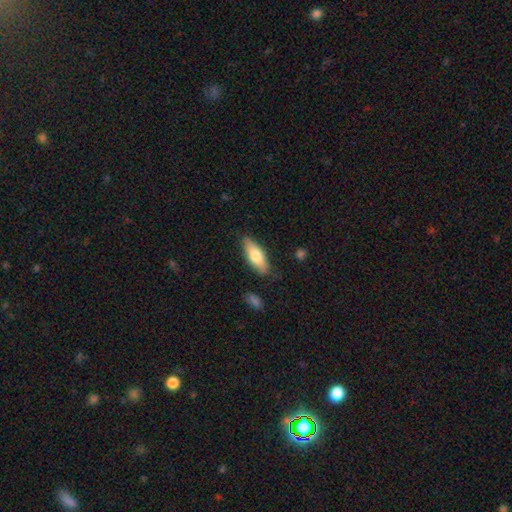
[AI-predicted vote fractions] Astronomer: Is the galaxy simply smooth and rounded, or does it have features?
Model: smooth — 67%.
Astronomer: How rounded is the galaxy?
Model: in between — 66%.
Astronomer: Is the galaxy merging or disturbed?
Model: none — 81%.